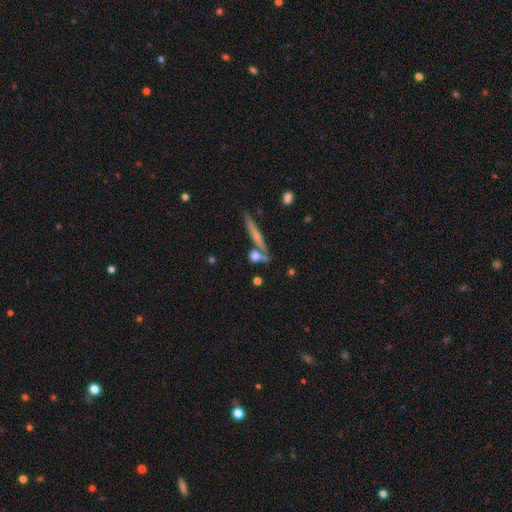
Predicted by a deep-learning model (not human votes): Smooth or featured?
  - smooth: 67% *
  - featured or disk: 23%
  - star or artifact: 10%
How rounded?
  - round: 39% *
  - cigar-shaped: 38%
  - in between: 22%
Merging?
  - none: 64% *
  - merger: 21%
  - minor disturbance: 11%
  - major disturbance: 5%